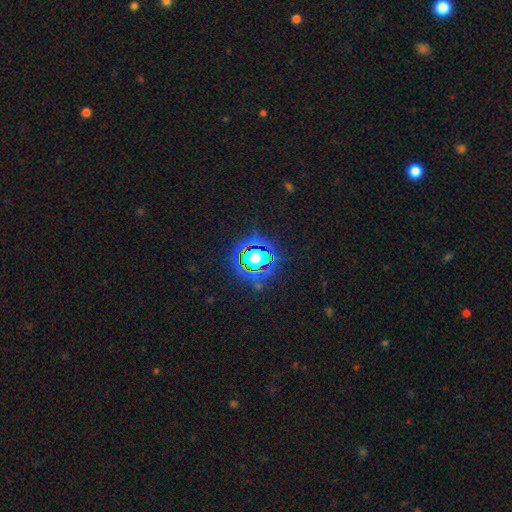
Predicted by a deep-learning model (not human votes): Morphology: type=star or artifact (80%).